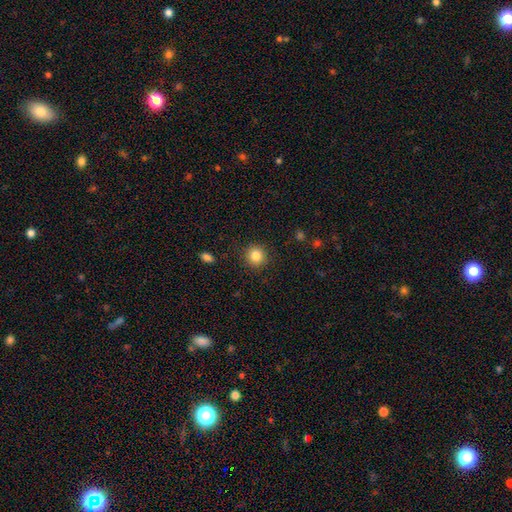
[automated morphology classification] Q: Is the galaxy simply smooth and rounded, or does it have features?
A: smooth — 84%.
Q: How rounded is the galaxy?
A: round — 92%.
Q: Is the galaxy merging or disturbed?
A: none — 90%.